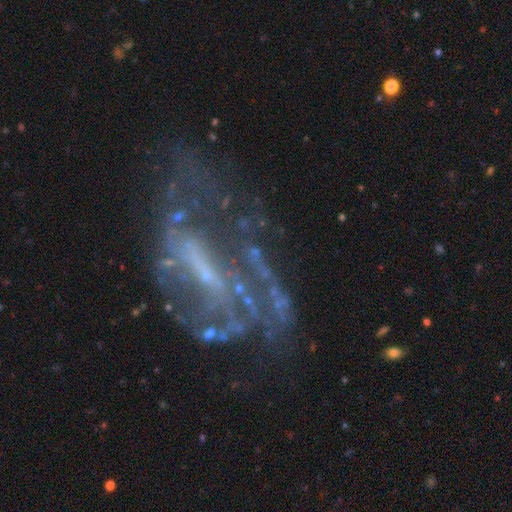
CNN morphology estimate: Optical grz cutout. It shows a featured or disk galaxy (78%) with a strong bar (34%), 2 (36%) loose (43%) spiral arms (69%) and a small central bulge (59%). Merging: none (41%).